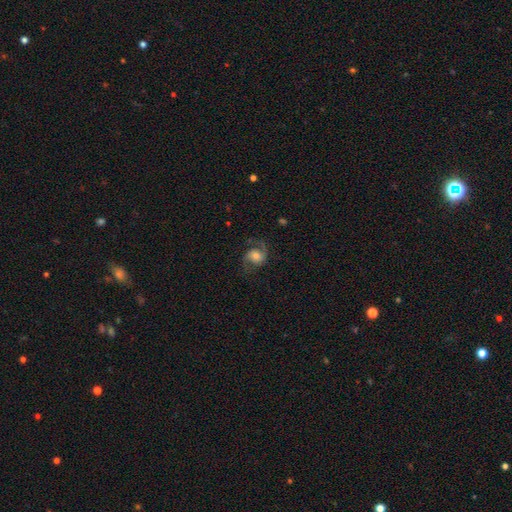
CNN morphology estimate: Smooth or featured: featured or disk — 73% (smooth — 19%)
Edge-on disk: no — 97% (yes — 3%)
Bar: no — 65% (weak — 27%)
Spiral arms: yes — 94% (no — 6%)
Spiral winding: medium — 48% (loose — 39%)
Spiral arm count: 2 — 87% (1 — 7%)
Bulge size: moderate — 54% (small — 32%)
Merging: none — 70% (minor disturbance — 16%)